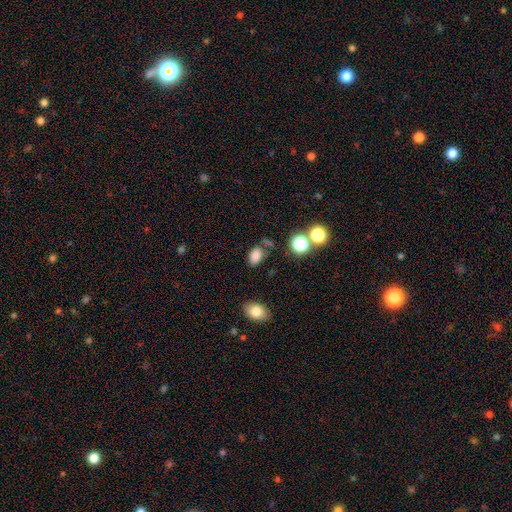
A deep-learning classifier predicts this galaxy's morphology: Smooth or featured: smooth — 82% (star or artifact — 13%)
How rounded: in between — 86% (round — 13%)
Merging: none — 70% (minor disturbance — 17%)